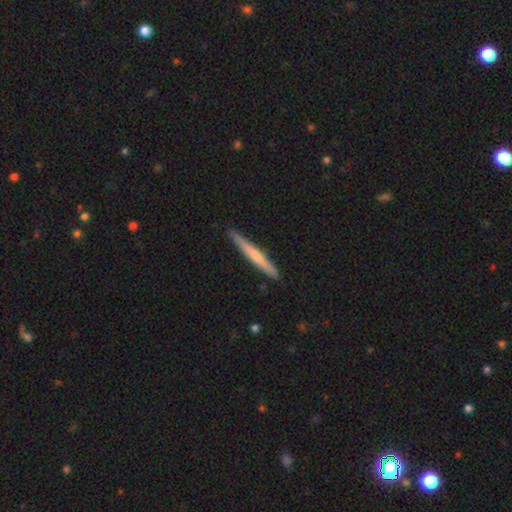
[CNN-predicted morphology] A smooth galaxy with no disk features (54%) that is cigar-shaped (97%).

Vote fractions:
- Smooth or featured? smooth: 54% / featured or disk: 41% / star or artifact: 5%
- How rounded? cigar-shaped: 97% / in between: 2% / round: 1%
- Merging? none: 90% / minor disturbance: 8% / major disturbance: 1% / merger: 1%